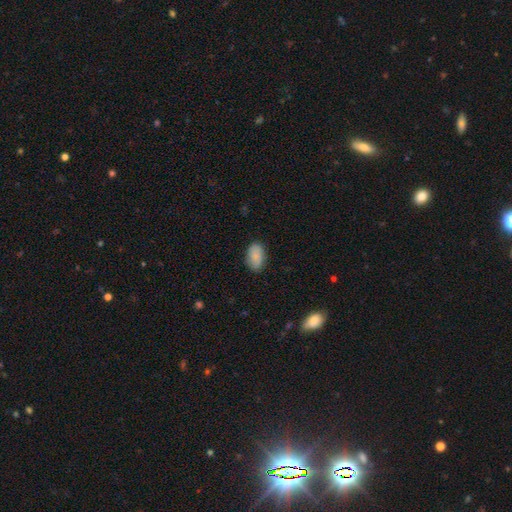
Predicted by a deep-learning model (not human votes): The model was most divided on "merging": none: 83%, minor disturbance: 13%, major disturbance: 3%, merger: 1%. More confident: how rounded — in between (92%); smooth or featured — smooth (83%).